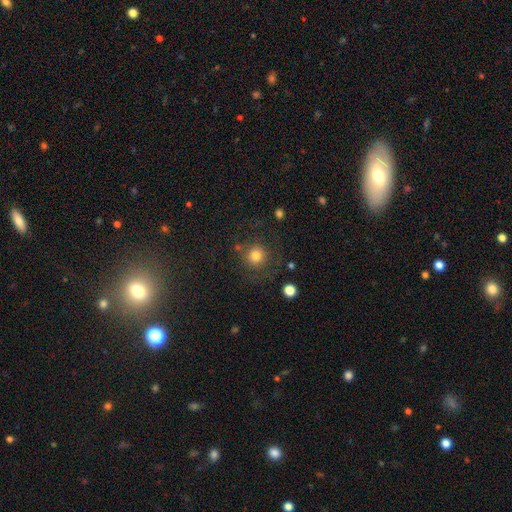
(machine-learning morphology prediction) This is likely a smooth galaxy (79%). How rounded: clearly round (93%). Merging: likely none (78%).